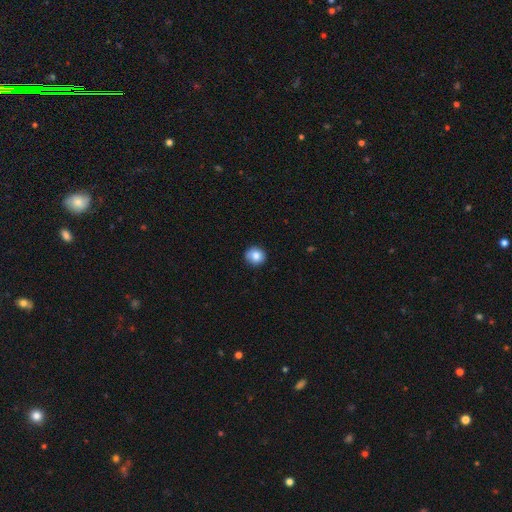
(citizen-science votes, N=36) Smooth or featured: smooth — 86% (featured or disk — 8%)
How rounded: round — 84% (in between — 13%)
Merging: none — 74% (minor disturbance — 24%)